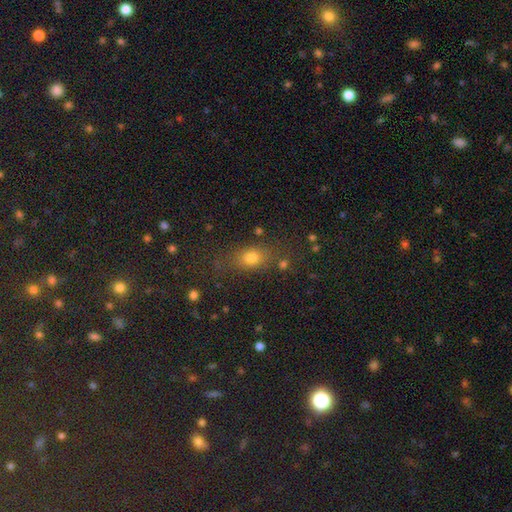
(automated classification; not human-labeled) Smooth or featured? Predicted: smooth (p=0.68). How rounded? Predicted: in between (p=0.56). Merging? Predicted: none (p=0.76).